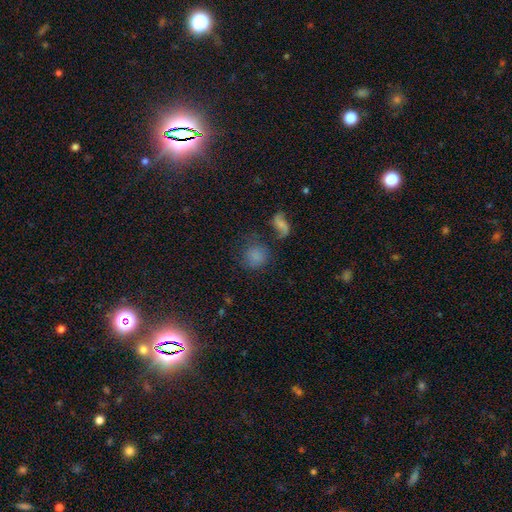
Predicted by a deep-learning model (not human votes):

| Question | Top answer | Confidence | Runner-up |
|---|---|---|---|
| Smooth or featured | smooth | 74% | star or artifact (14%) |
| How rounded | round | 80% | in between (19%) |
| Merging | none | 57% | minor disturbance (17%) |